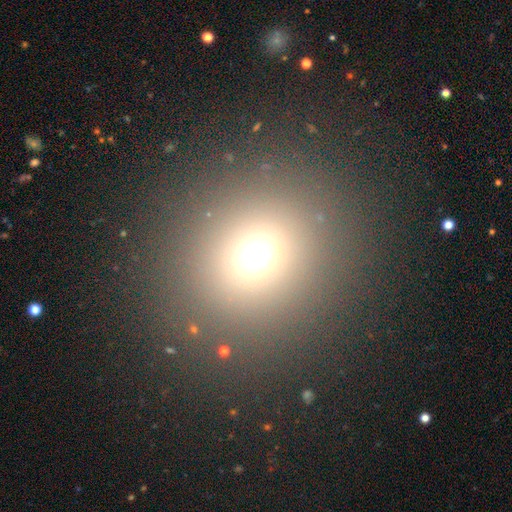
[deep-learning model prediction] Q: Smooth or featured?
A: smooth (64%); runner-up: star or artifact (27%)
Q: How rounded?
A: round (86%); runner-up: in between (13%)
Q: Merging?
A: none (87%); runner-up: minor disturbance (6%)